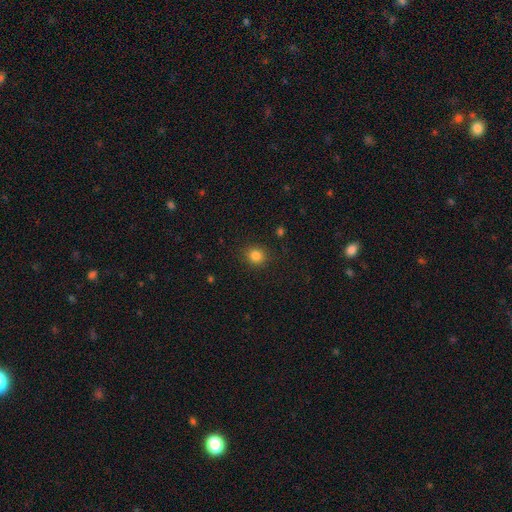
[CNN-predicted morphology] Smooth or featured? Predicted: smooth (p=0.84). How rounded? Predicted: round (p=0.82). Merging? Predicted: none (p=0.88).